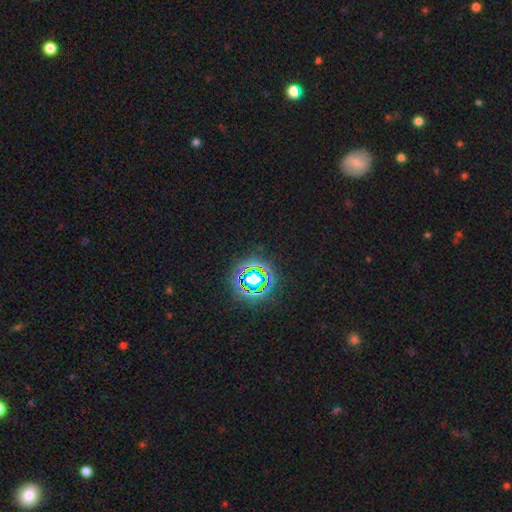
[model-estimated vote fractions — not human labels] This appears to be a star or artifact, not a galaxy (78%).